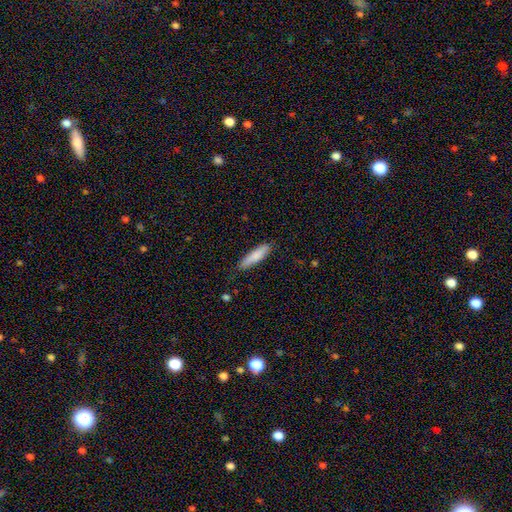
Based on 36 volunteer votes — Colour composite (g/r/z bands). It shows a smooth galaxy with no disk features (89%) that is cigar-shaped (72%). Merging: none (94%).